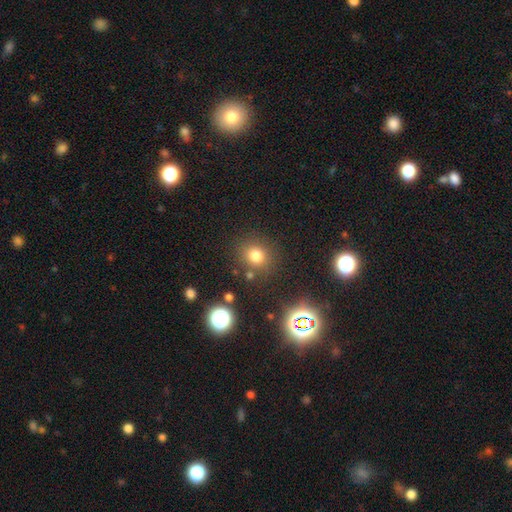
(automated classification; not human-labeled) A smooth galaxy with no disk features (75%) that is round (83%). Merging: none (81%).